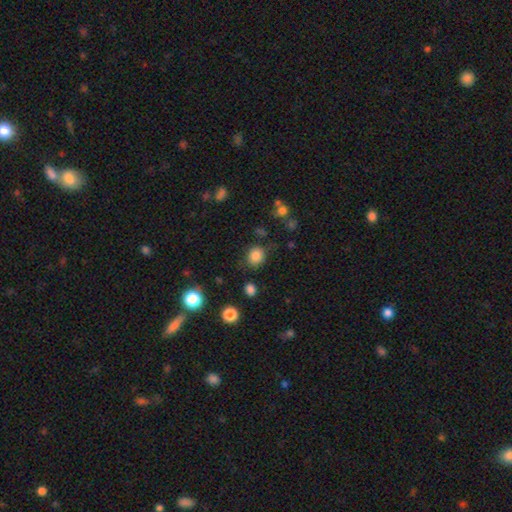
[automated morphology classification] This is clearly a smooth galaxy (84%). How rounded: likely round (76%). Merging: likely none (78%).